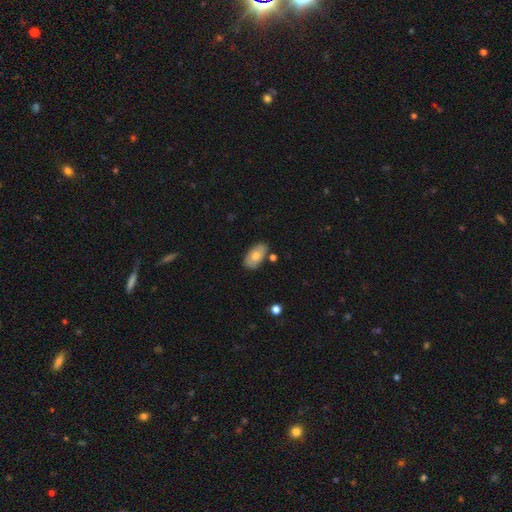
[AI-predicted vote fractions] Overall: smooth (68%). How rounded: in between (93%). Merging: none (77%).